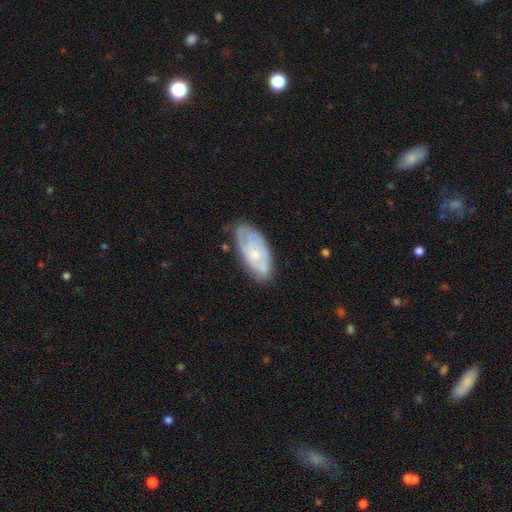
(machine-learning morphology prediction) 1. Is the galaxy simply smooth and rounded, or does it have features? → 64% featured or disk, 30% smooth, 6% star or artifact.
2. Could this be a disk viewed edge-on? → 93% no, 7% yes.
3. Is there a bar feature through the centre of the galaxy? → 76% no, 20% weak, 3% strong.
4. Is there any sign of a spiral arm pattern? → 79% yes, 21% no.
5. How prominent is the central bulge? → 62% small, 28% moderate, 7% none, 2% large, 1% dominant.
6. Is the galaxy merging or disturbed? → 69% none, 23% minor disturbance, 6% major disturbance, 2% merger.